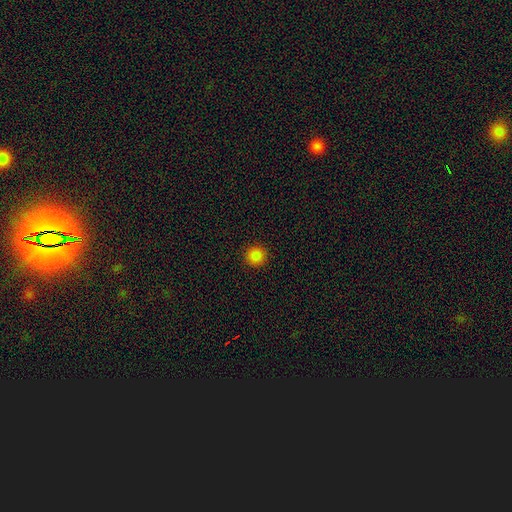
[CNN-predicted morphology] This is clearly a smooth galaxy (86%). How rounded: clearly round (94%). Merging: clearly none (93%).